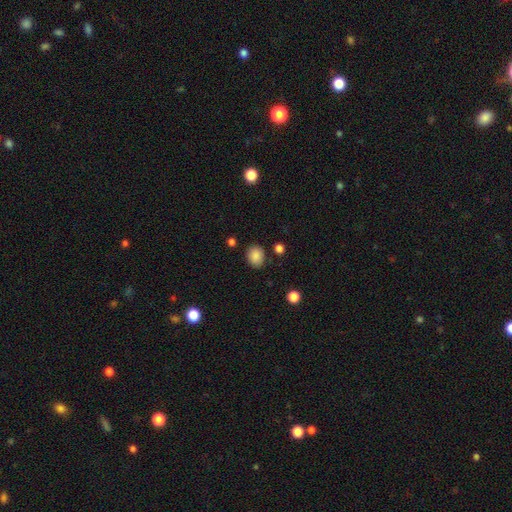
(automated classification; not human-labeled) Smooth or featured: smooth — 86% (star or artifact — 10%)
How rounded: round — 57% (in between — 42%)
Merging: none — 82% (minor disturbance — 12%)